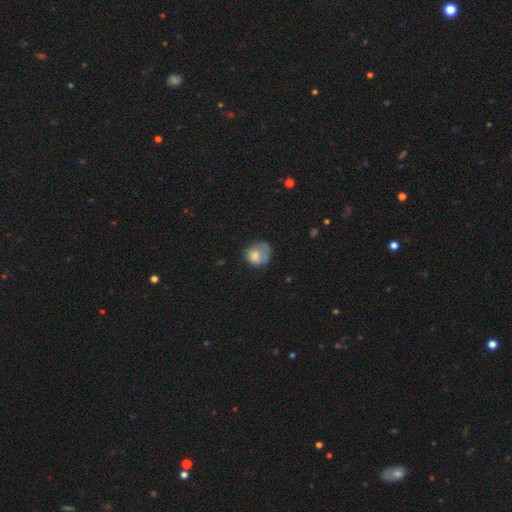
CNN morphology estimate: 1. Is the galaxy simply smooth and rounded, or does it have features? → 70% smooth, 22% featured or disk, 8% star or artifact.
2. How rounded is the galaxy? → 68% round, 31% in between, 1% cigar-shaped.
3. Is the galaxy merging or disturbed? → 39% none, 31% minor disturbance, 27% major disturbance, 3% merger.